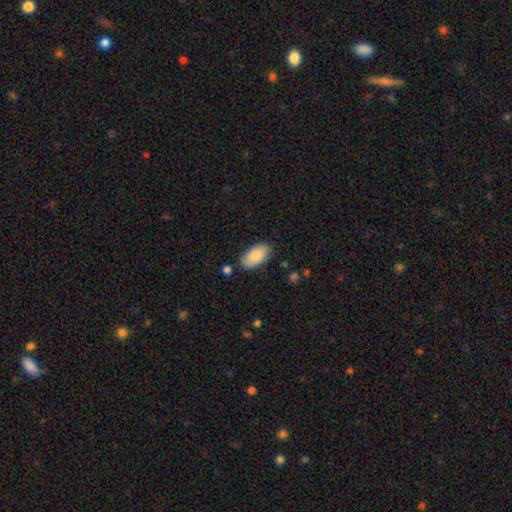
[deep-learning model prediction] Smooth or featured? Predicted: smooth (p=0.85). How rounded? Predicted: in between (p=0.95). Merging? Predicted: none (p=0.83).